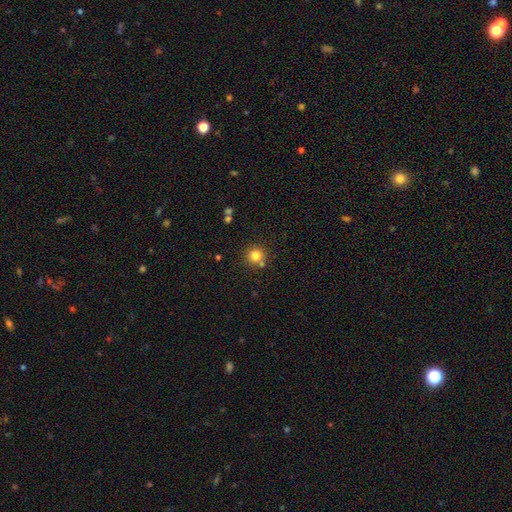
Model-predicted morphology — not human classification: smooth-or-featured: smooth: 80% | star or artifact: 13% | featured or disk: 7%
  how-rounded: round: 94% | in between: 5% | cigar-shaped: 1%
  merging: none: 78% | merger: 11% | minor disturbance: 8% | major disturbance: 3%